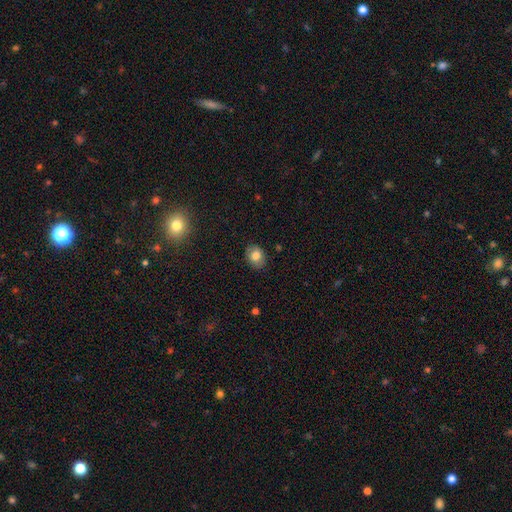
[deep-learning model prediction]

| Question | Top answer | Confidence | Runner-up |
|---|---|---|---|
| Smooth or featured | smooth | 79% | featured or disk (12%) |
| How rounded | in between | 59% | round (40%) |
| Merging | none | 86% | minor disturbance (11%) |